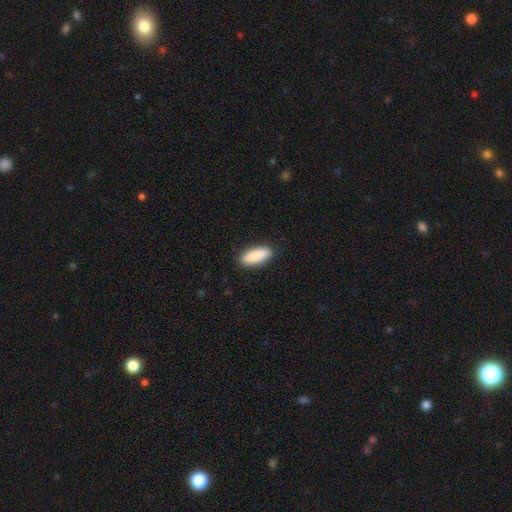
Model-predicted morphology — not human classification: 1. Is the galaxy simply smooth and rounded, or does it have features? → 89% smooth, 6% star or artifact, 5% featured or disk.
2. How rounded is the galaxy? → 70% in between, 28% cigar-shaped, 2% round.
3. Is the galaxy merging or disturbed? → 89% none, 9% minor disturbance, 2% major disturbance, 1% merger.